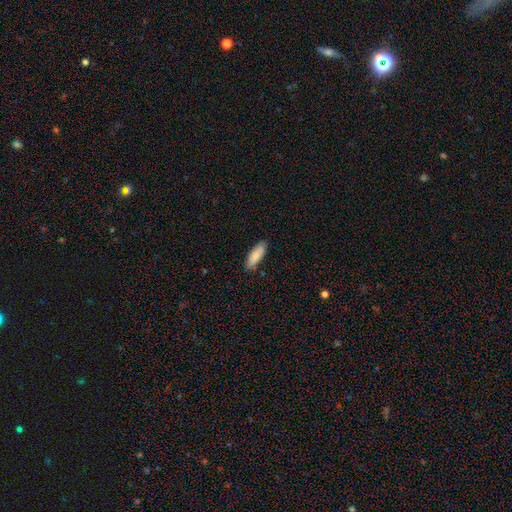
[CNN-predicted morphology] This appears to be a smooth galaxy with no disk features (85%) that is in between round and cigar-shaped (55%). Merging: none (87%).